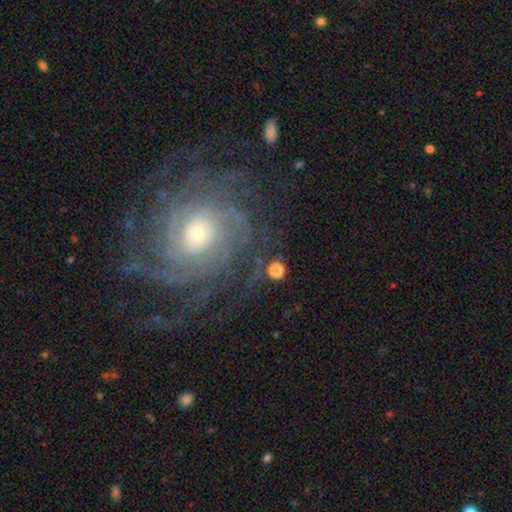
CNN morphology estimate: smooth_or_featured: featured or disk (p=0.88) [alt: star or artifact p=0.08]
disk_edge_on: no (p=0.97) [alt: yes p=0.03]
bar: no (p=0.62) [alt: weak p=0.28]
has_spiral_arms: yes (p=0.98) [alt: no p=0.02]
spiral_winding: tight (p=0.72) [alt: medium p=0.23]
spiral_arm_count: more than 4 (p=0.29) [alt: 4 p=0.21]
bulge_size: moderate (p=0.51) [alt: small p=0.41]
merging: none (p=0.79) [alt: minor disturbance p=0.12]